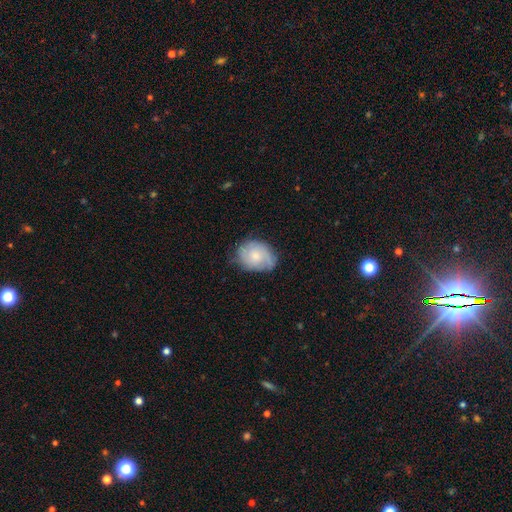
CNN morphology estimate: The model was most divided on "smooth or featured": smooth: 50%, featured or disk: 44%, star or artifact: 7%. More confident: merging — none (62%).